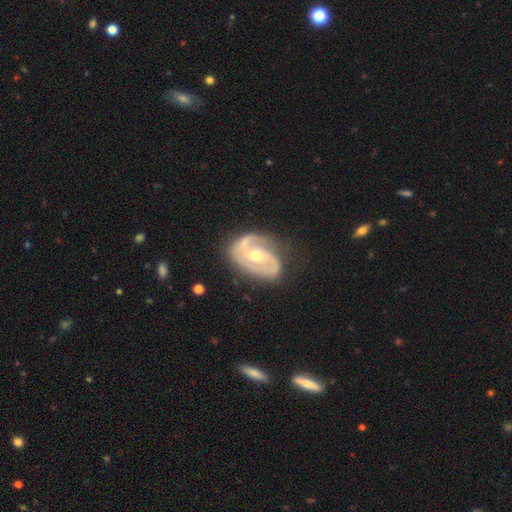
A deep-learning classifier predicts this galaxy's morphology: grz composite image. It shows a featured or disk galaxy (87%) with no bar (49%), 2 (77%) medium (44%) spiral arms (95%) and a moderate central bulge (57%). Merging: none (68%).